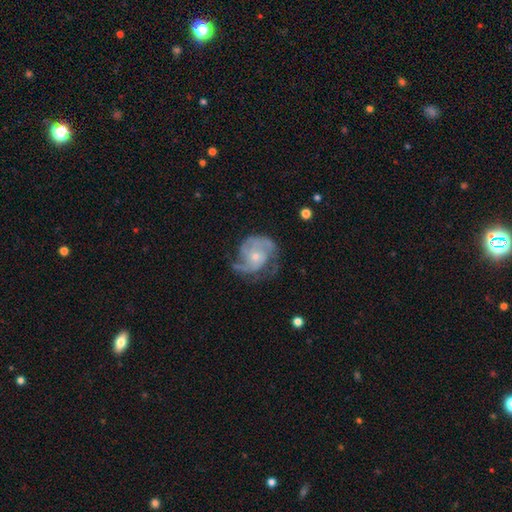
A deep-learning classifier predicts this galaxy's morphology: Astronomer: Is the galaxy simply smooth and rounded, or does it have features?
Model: featured or disk — 86%.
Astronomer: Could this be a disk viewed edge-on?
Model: no — 98%.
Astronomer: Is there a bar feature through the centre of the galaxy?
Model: no — 75%.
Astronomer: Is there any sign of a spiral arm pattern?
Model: yes — 95%.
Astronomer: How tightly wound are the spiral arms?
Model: medium — 44% (runner-up: tight, 41%).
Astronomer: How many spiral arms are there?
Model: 3 — 33% (runner-up: 2, 32%).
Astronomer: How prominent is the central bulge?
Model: small — 70%.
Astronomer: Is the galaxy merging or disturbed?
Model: none — 59%.